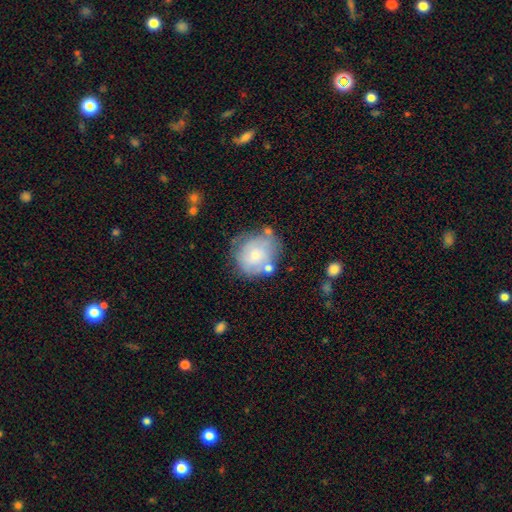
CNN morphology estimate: Smooth or featured? smooth (61%)
How rounded? round (79%)
Merging? none (56%)